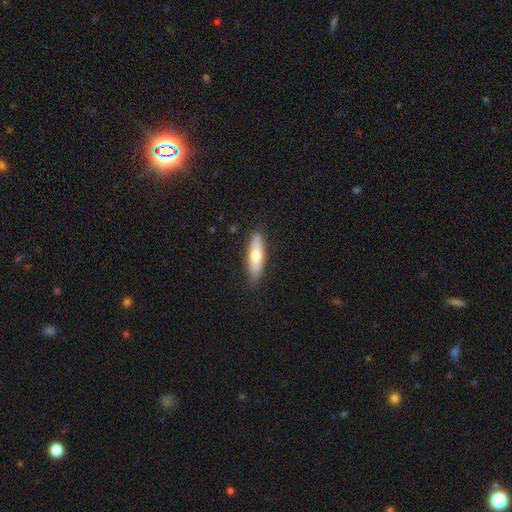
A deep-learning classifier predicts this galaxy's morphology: Smooth or featured?
  - smooth: 62% *
  - featured or disk: 32%
  - star or artifact: 6%
How rounded?
  - cigar-shaped: 67% *
  - in between: 31%
  - round: 2%
Merging?
  - none: 88% *
  - minor disturbance: 10%
  - major disturbance: 2%
  - merger: 1%